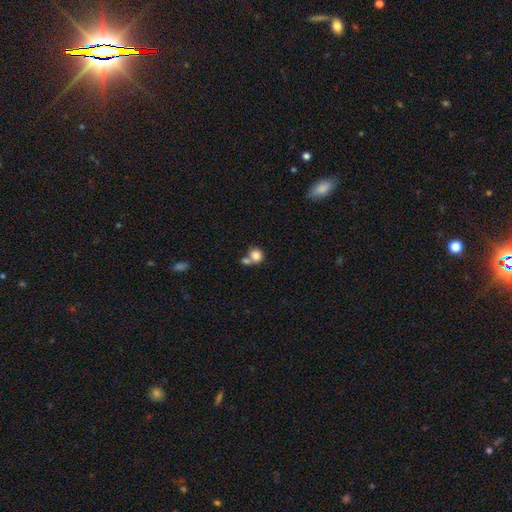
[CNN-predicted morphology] A smooth galaxy with no disk features (82%) that is round (80%). Merging: merger (48%).